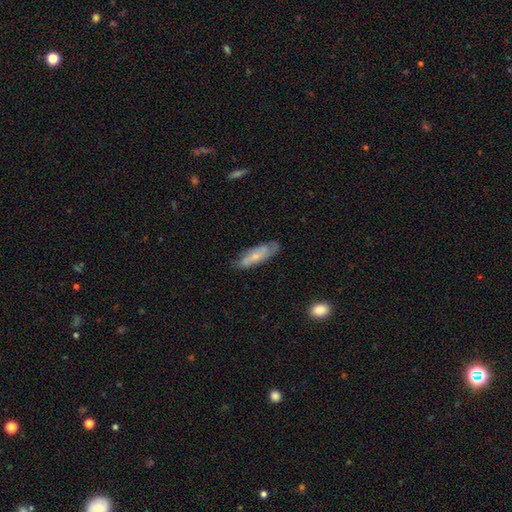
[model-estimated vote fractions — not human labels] smooth 49%, featured or disk 45%, star or artifact 7%. Down the decision tree: merging — none (71%).